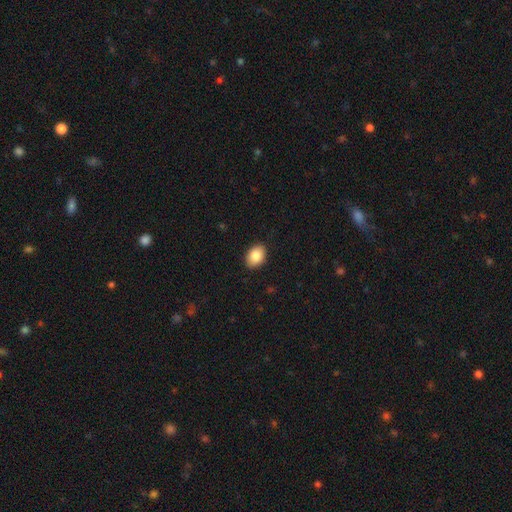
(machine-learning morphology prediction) This is clearly a smooth galaxy (87%). How rounded: clearly in between (81%). Merging: clearly none (89%).